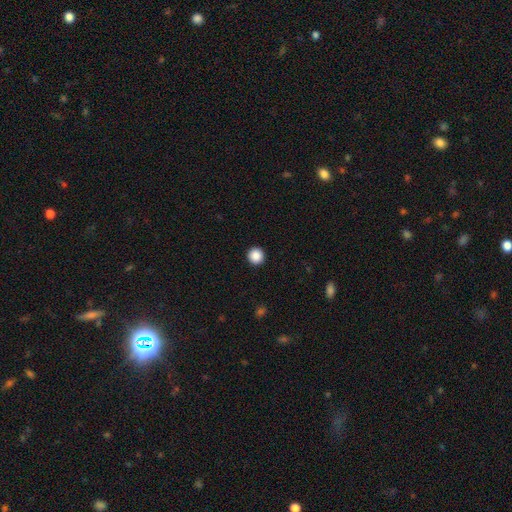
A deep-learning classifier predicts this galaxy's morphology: Smooth or featured? smooth (88%)
How rounded? round (95%)
Merging? none (93%)